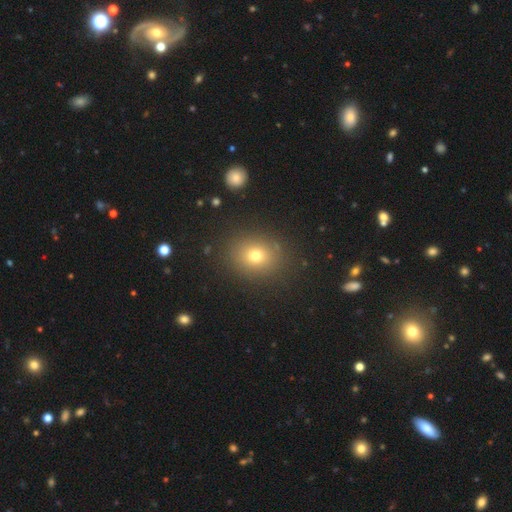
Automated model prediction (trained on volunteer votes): This is likely a smooth galaxy (73%). How rounded: likely round (62%). Merging: clearly none (87%).